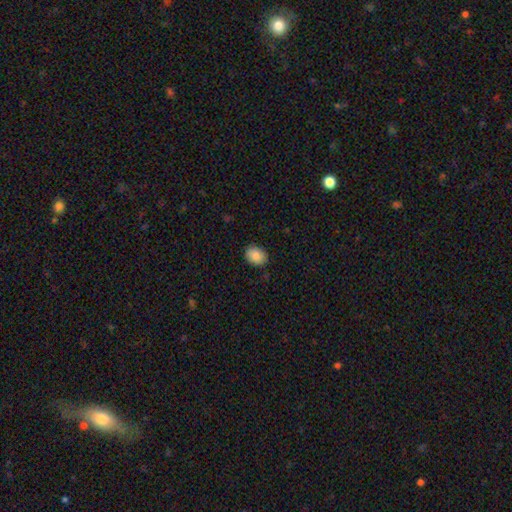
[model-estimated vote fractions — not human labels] Q: Smooth or featured?
A: smooth (87%); runner-up: star or artifact (7%)
Q: How rounded?
A: in between (64%); runner-up: round (35%)
Q: Merging?
A: none (86%); runner-up: minor disturbance (10%)